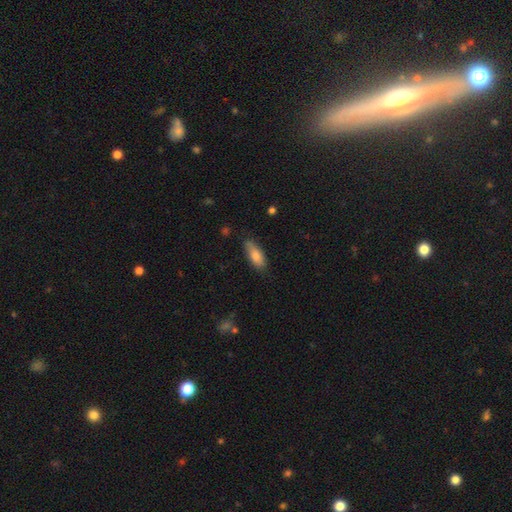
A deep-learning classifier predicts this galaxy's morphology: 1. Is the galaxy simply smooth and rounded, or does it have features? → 78% smooth, 15% featured or disk, 7% star or artifact.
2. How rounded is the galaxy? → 74% in between, 24% cigar-shaped, 2% round.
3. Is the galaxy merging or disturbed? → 74% none, 20% minor disturbance, 4% major disturbance, 2% merger.